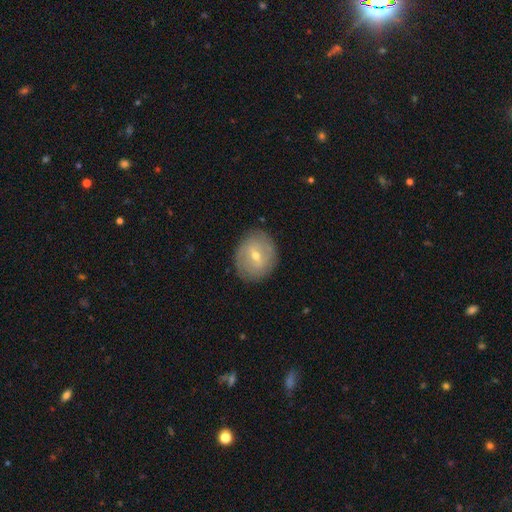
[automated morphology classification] Smooth or featured: featured or disk — 56% (smooth — 36%)
Edge-on disk: no — 94% (yes — 6%)
Bar: weak — 51% (no — 30%)
Spiral arms: yes — 52% (no — 48%)
Bulge size: small — 53% (moderate — 44%)
Merging: none — 84% (minor disturbance — 11%)